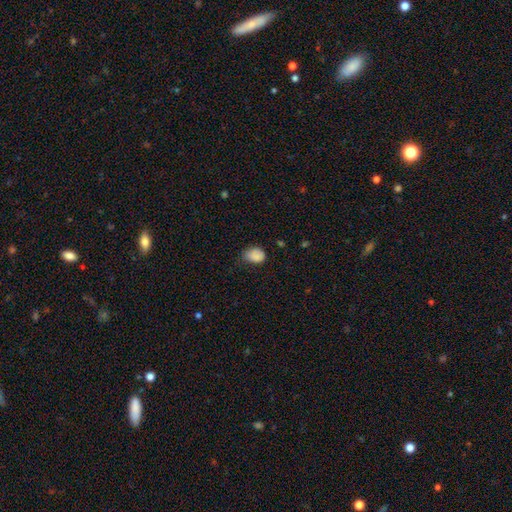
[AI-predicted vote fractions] Q: Smooth or featured?
A: smooth (86%); runner-up: star or artifact (9%)
Q: How rounded?
A: in between (69%); runner-up: round (30%)
Q: Merging?
A: none (48%); runner-up: minor disturbance (40%)